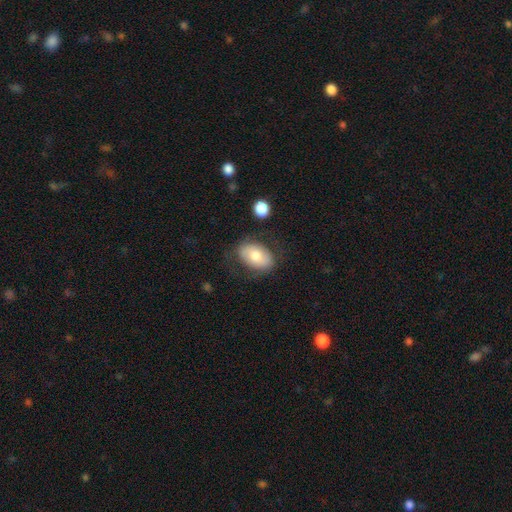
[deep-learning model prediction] Smooth or featured?
  - smooth: 71% *
  - featured or disk: 23%
  - star or artifact: 6%
How rounded?
  - in between: 88% *
  - round: 11%
  - cigar-shaped: 1%
Merging?
  - none: 74% *
  - minor disturbance: 16%
  - major disturbance: 8%
  - merger: 3%